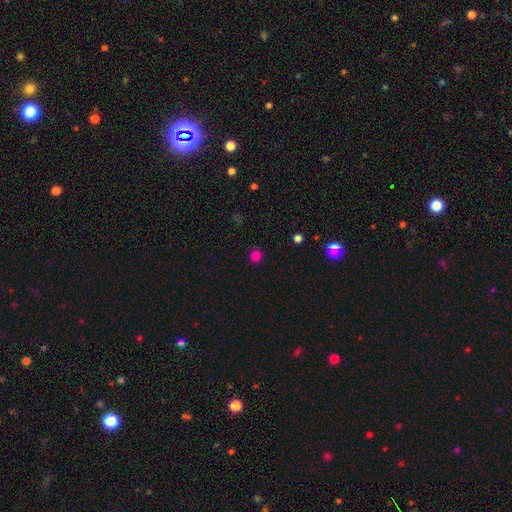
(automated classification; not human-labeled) Smooth or featured? smooth (79%)
How rounded? round (92%)
Merging? none (90%)